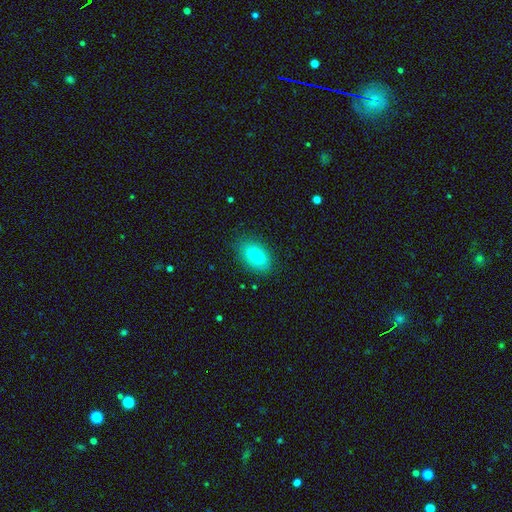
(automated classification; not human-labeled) Smooth or featured: smooth — 82% (featured or disk — 11%)
How rounded: in between — 90% (round — 7%)
Merging: none — 85% (minor disturbance — 11%)